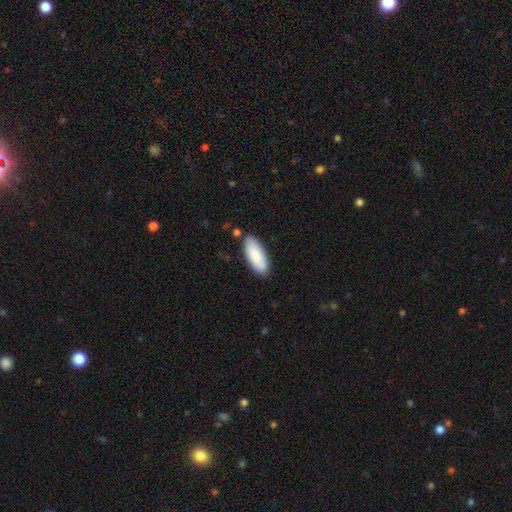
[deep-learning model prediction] A smooth galaxy with no disk features (88%) that is in between round and cigar-shaped (77%). Merging: none (84%).